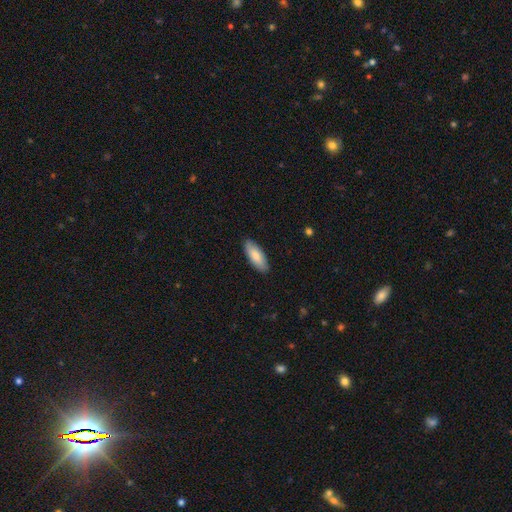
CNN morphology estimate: Smooth or featured: smooth — 80% (featured or disk — 15%)
How rounded: in between — 75% (cigar-shaped — 24%)
Merging: none — 89% (minor disturbance — 8%)